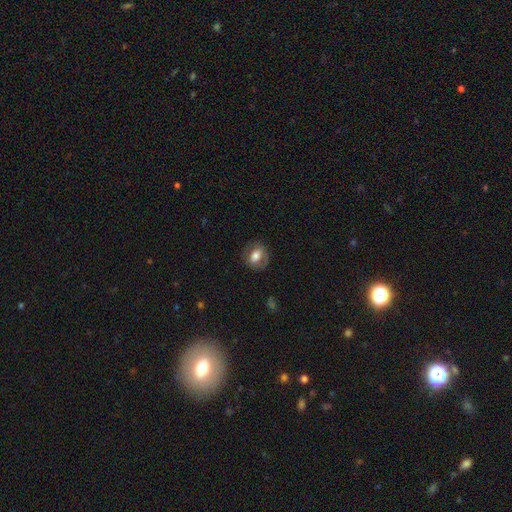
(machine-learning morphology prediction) smooth-or-featured: smooth: 59% | featured or disk: 33% | star or artifact: 8%
  how-rounded: in between: 59% | round: 39% | cigar-shaped: 2%
  merging: none: 73% | minor disturbance: 17% | major disturbance: 9% | merger: 1%